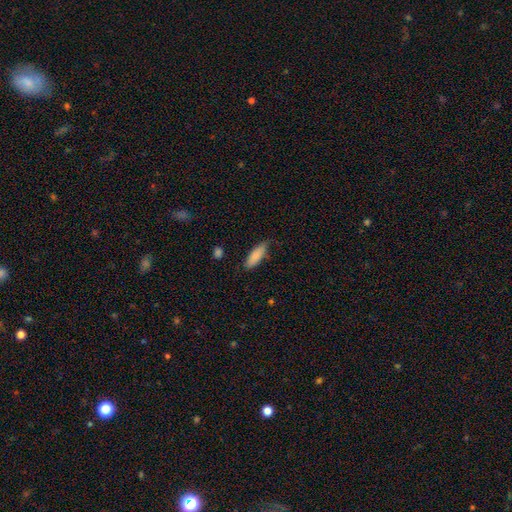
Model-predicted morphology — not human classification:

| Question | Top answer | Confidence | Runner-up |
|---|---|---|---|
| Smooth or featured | smooth | 86% | featured or disk (8%) |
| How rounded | in between | 57% | cigar-shaped (41%) |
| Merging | none | 68% | minor disturbance (25%) |